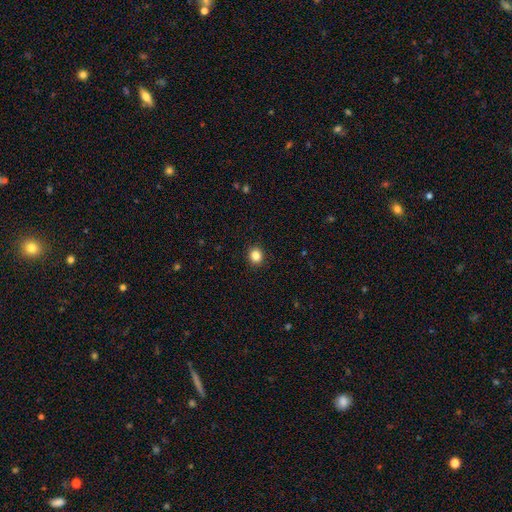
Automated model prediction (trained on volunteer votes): This is clearly a smooth galaxy (85%). How rounded: clearly round (82%). Merging: clearly none (92%).